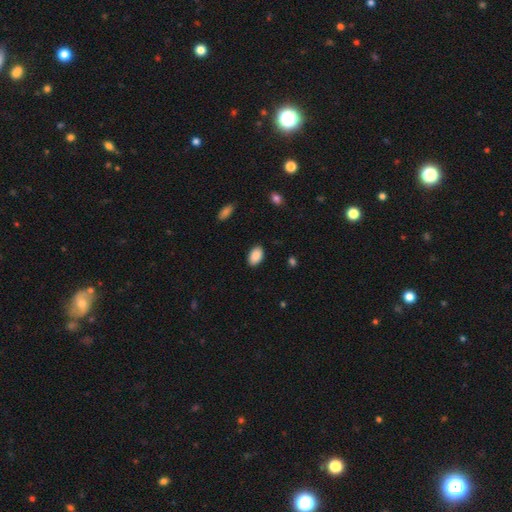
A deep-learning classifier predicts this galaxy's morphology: Q: Smooth or featured?
A: smooth (90%); runner-up: star or artifact (7%)
Q: How rounded?
A: in between (92%); runner-up: round (7%)
Q: Merging?
A: none (88%); runner-up: minor disturbance (9%)